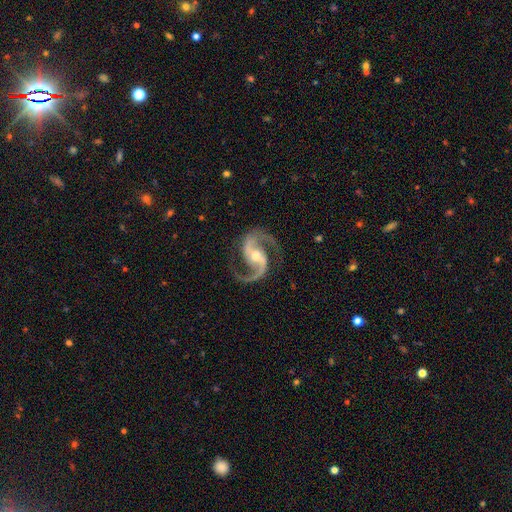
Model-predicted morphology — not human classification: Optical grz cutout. It shows a featured or disk galaxy (94%) with a weak bar (37%), 2 (95%) medium (65%) spiral arms (99%) and a moderate central bulge (57%). Merging: none (82%).